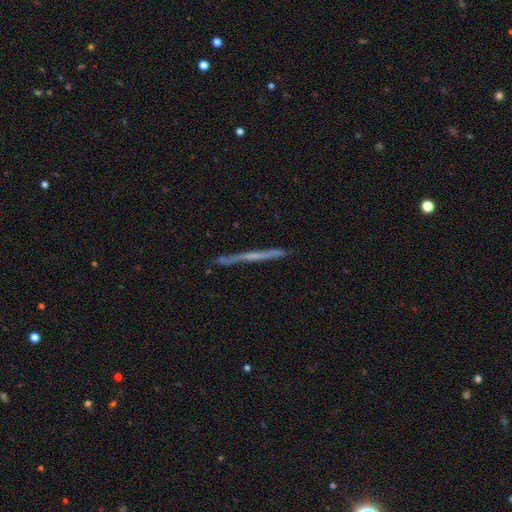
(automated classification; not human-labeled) A featured or disk galaxy (62%) viewed edge-on (97%) with no central bulge (76%). Merging: none (87%).